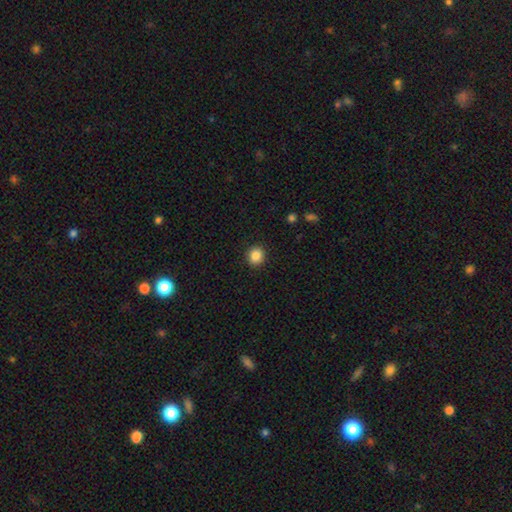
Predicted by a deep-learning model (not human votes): The model was most divided on "how rounded": round: 85%, in between: 14%, cigar-shaped: 1%. More confident: merging — none (91%); smooth or featured — smooth (86%).